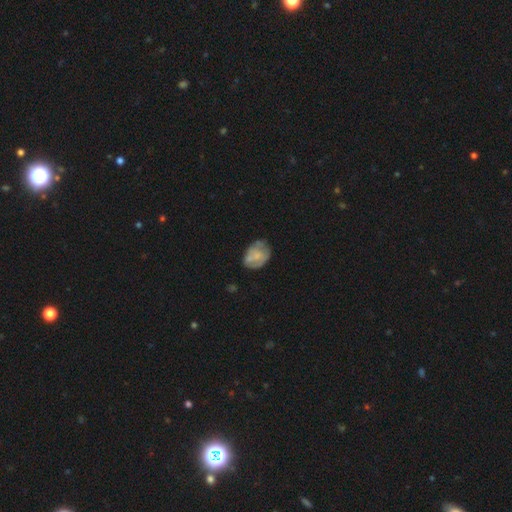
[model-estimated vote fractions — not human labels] Overall: smooth (51%; featured or disk 42%). How rounded: in between (65%; round 34%). Merging: none (53%; minor disturbance 30%).